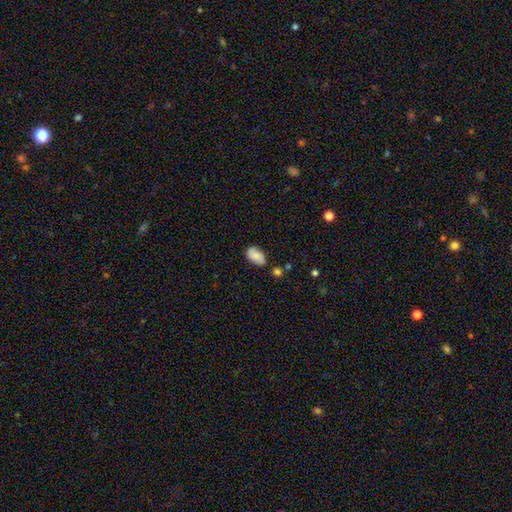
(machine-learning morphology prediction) A smooth galaxy with no disk features (75%) that is in between round and cigar-shaped (93%). Merging: none (73%).